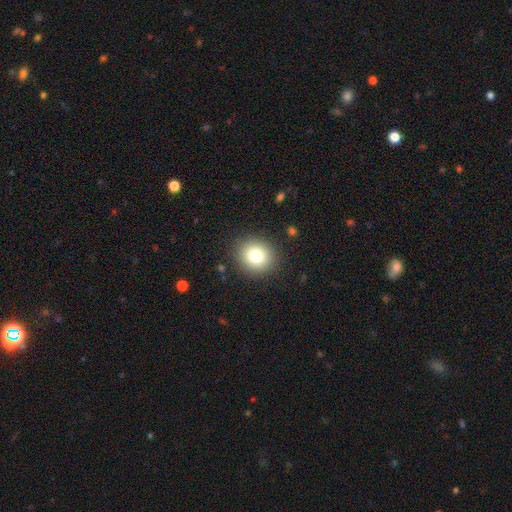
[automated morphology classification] Smooth or featured? Predicted: smooth (p=0.81). How rounded? Predicted: round (p=0.78). Merging? Predicted: none (p=0.88).